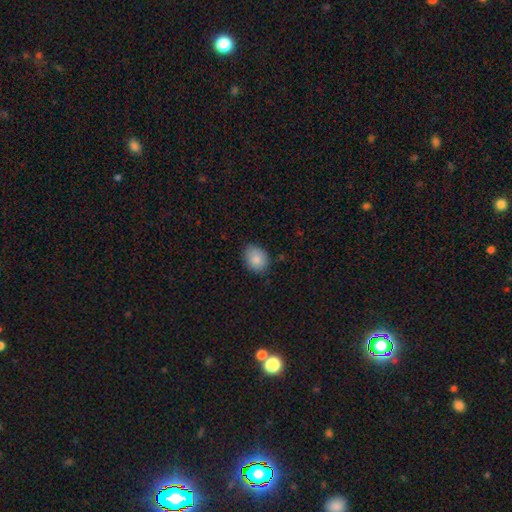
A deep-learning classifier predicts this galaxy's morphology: Smooth or featured? Predicted: smooth (p=0.83). How rounded? Predicted: in between (p=0.50). Merging? Predicted: none (p=0.81).